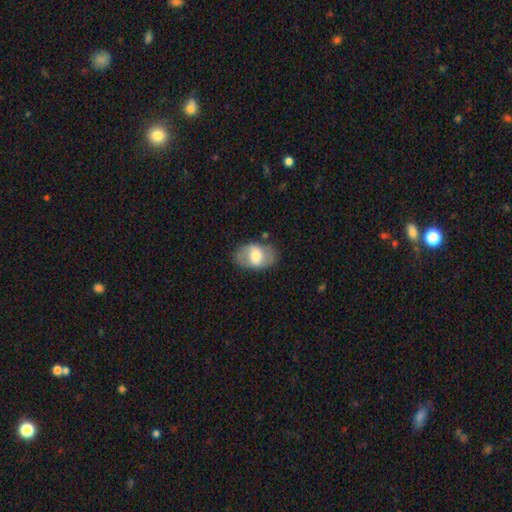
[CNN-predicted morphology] This appears to be a smooth galaxy with no disk features (53%) that is in between round and cigar-shaped (87%). Merging: none (77%).